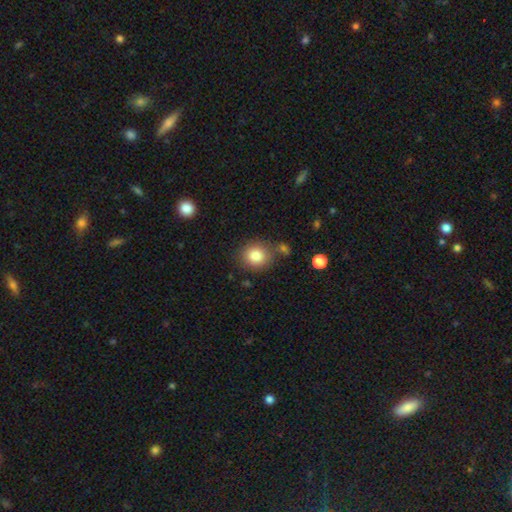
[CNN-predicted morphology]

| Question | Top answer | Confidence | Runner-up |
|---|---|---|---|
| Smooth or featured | smooth | 82% | star or artifact (10%) |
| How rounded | round | 84% | in between (15%) |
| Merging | none | 76% | minor disturbance (11%) |